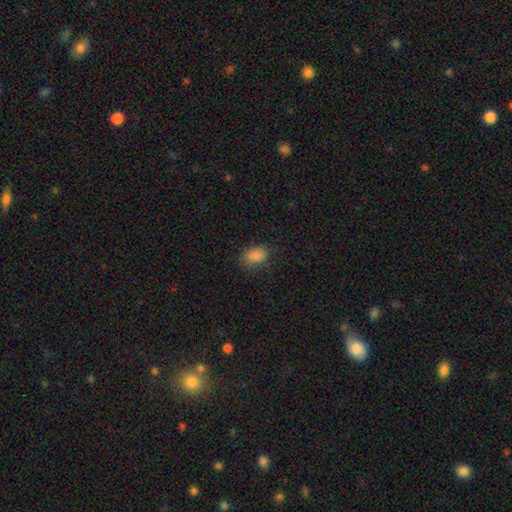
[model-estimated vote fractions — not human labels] This is clearly a smooth galaxy (86%). How rounded: clearly in between (82%). Merging: likely none (77%).